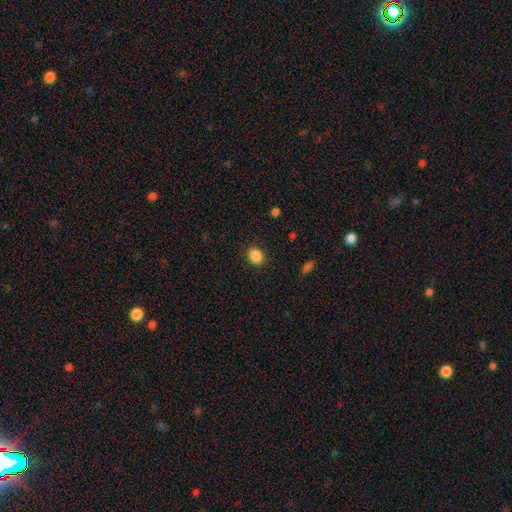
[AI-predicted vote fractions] Smooth or featured? Predicted: smooth (p=0.88). How rounded? Predicted: in between (p=0.51). Merging? Predicted: none (p=0.87).